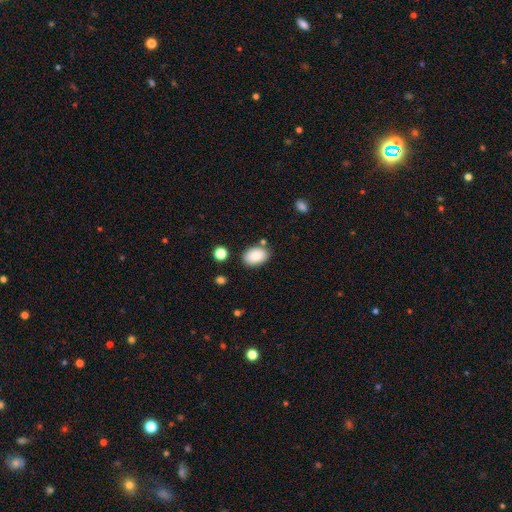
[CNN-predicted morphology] This is clearly a smooth galaxy (87%). How rounded: clearly in between (86%). Merging: likely none (78%).